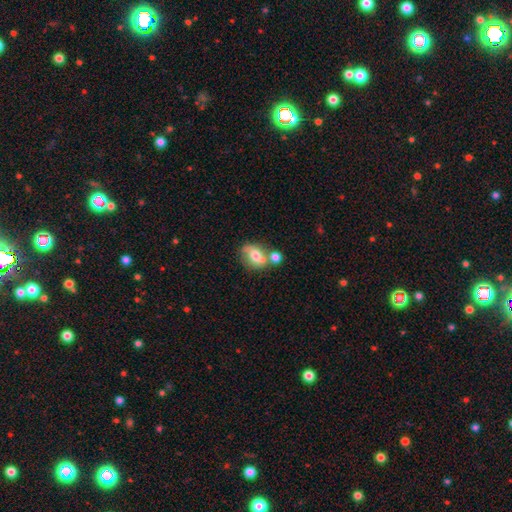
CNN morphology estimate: Smooth or featured? smooth (54%)
How rounded? in between (66%)
Merging? none (45%)